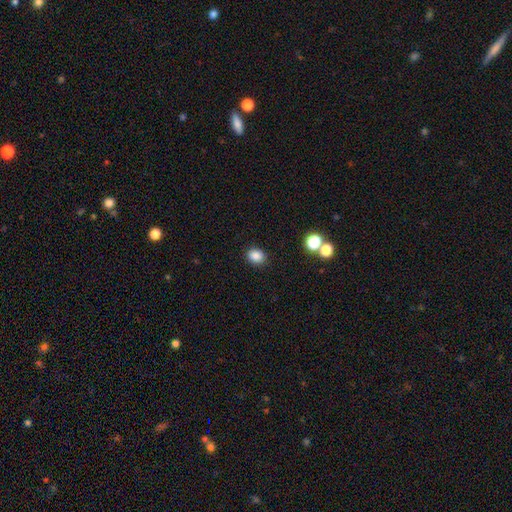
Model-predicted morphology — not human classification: Smooth or featured: smooth — 85% (star or artifact — 11%)
How rounded: in between — 51% (round — 48%)
Merging: none — 89% (minor disturbance — 7%)